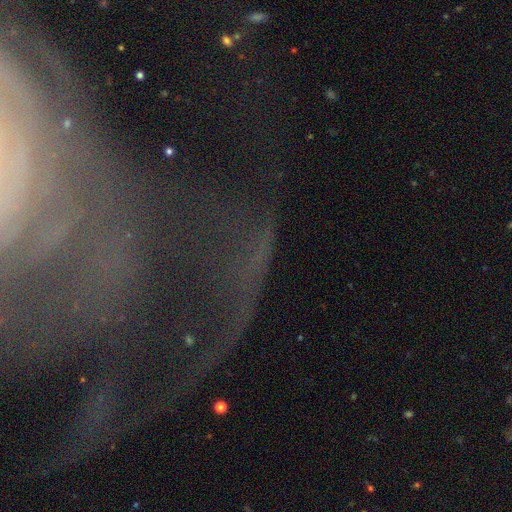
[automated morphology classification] smooth-or-featured: featured or disk: 47% | star or artifact: 36% | smooth: 17%
  merging: none: 61% | major disturbance: 17% | minor disturbance: 14% | merger: 8%